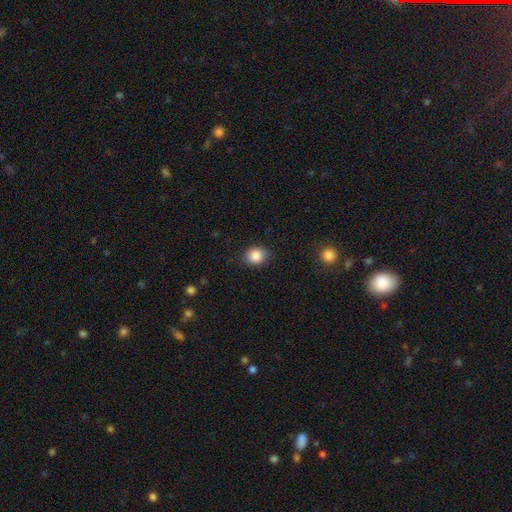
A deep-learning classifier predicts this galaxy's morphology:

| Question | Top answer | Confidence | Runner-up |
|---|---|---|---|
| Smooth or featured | smooth | 86% | star or artifact (9%) |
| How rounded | round | 61% | in between (38%) |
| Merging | none | 84% | minor disturbance (12%) |